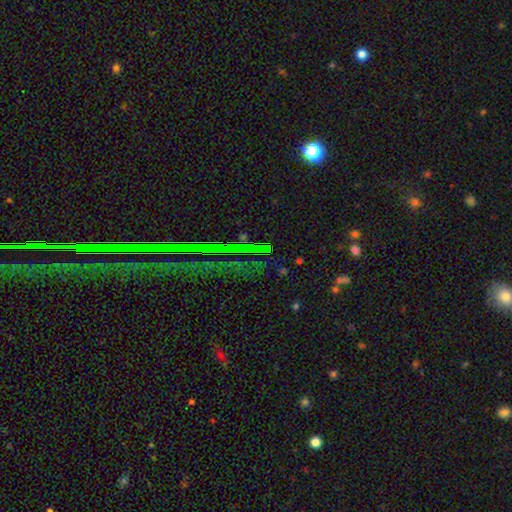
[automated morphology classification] smooth_or_featured: star or artifact (p=0.73) [alt: smooth p=0.16]